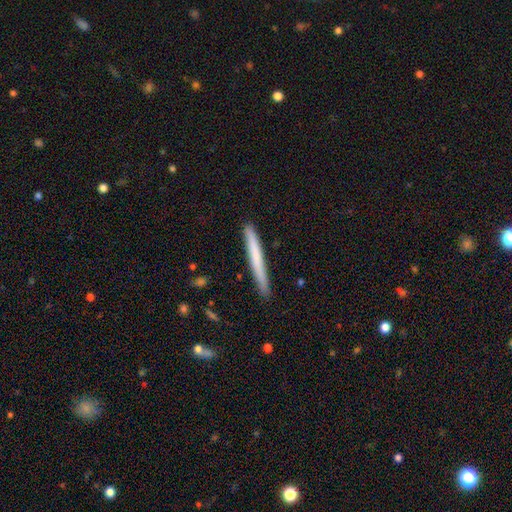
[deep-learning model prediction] smooth_or_featured: smooth (p=0.65) [alt: featured or disk p=0.29]
how_rounded: cigar-shaped (p=0.97) [alt: in between p=0.02]
merging: none (p=0.89) [alt: minor disturbance p=0.09]